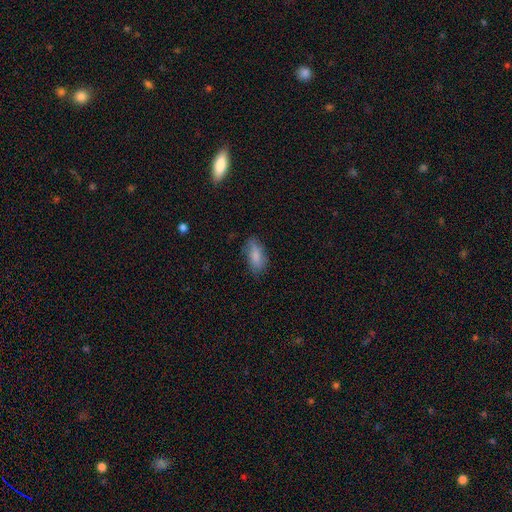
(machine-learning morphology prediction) A smooth galaxy with no disk features (80%) that is in between round and cigar-shaped (81%).

Vote fractions:
- Smooth or featured? smooth: 80% / featured or disk: 12% / star or artifact: 7%
- How rounded? in between: 81% / cigar-shaped: 16% / round: 3%
- Merging? none: 69% / minor disturbance: 23% / major disturbance: 6% / merger: 2%